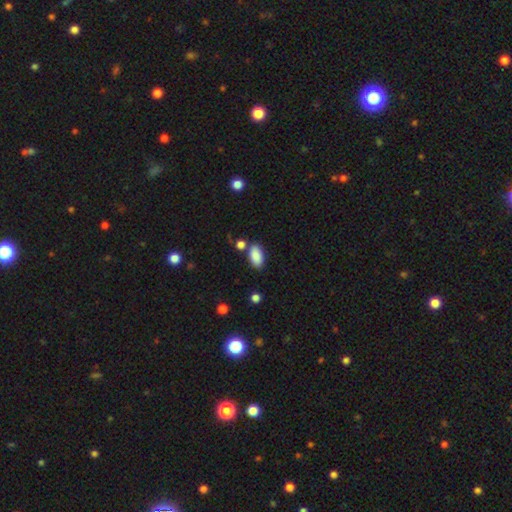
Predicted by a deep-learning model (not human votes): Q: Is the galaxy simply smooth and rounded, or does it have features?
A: smooth — 88%.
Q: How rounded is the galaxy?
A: in between — 93%.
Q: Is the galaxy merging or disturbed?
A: none — 73%.